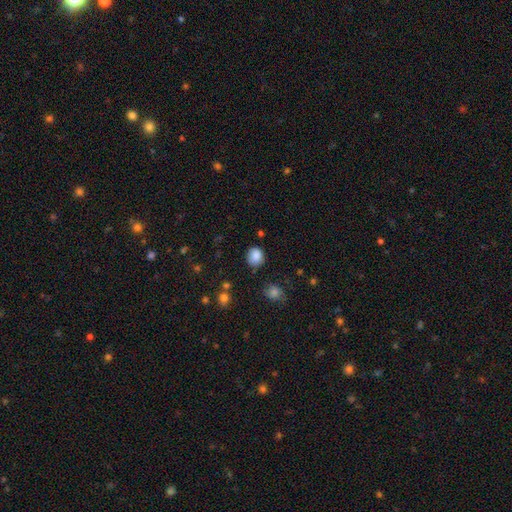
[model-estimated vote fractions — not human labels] This appears to be a smooth galaxy with no disk features (85%) that is round (75%). Merging: none (74%).